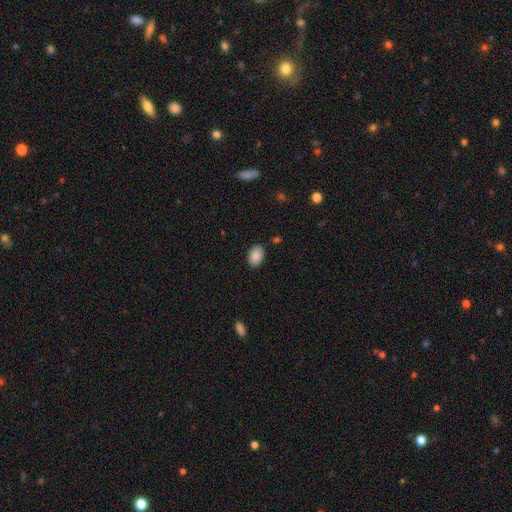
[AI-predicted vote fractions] Morphology: type=smooth (89%); roundness=in between (86%); merging=none (87%).